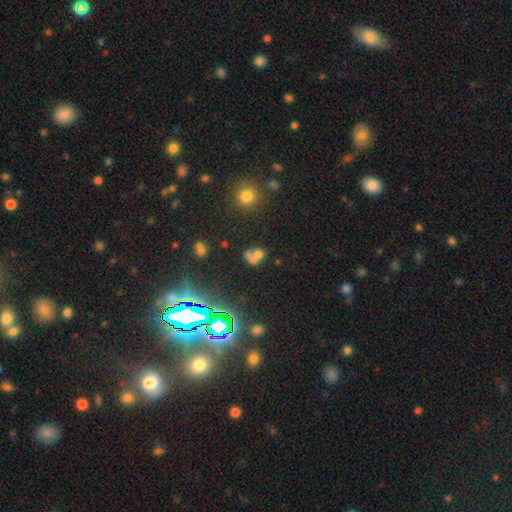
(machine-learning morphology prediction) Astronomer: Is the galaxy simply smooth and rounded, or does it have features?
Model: smooth — 49% (runner-up: star or artifact, 28%).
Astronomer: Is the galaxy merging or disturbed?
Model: merger — 56%.